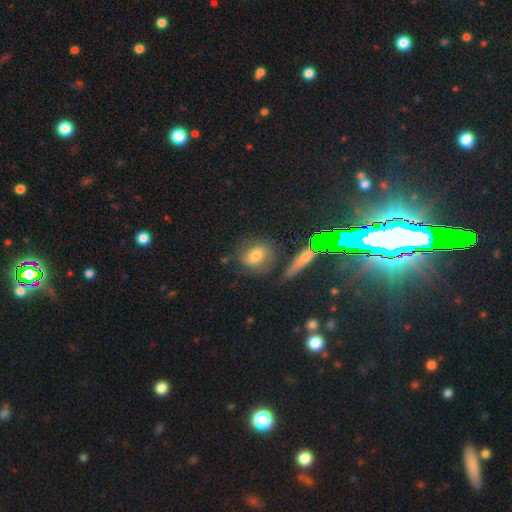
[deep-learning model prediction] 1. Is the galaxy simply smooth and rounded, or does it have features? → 63% smooth, 22% featured or disk, 15% star or artifact.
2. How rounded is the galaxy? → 53% round, 42% in between, 4% cigar-shaped.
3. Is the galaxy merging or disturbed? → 63% none, 20% minor disturbance, 9% major disturbance, 8% merger.